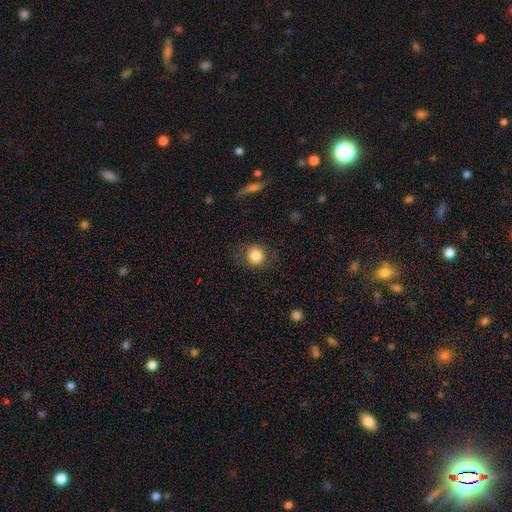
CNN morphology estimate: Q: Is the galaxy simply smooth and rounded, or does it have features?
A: smooth — 84%.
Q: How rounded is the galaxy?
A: round — 86%.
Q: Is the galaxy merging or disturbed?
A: none — 80%.